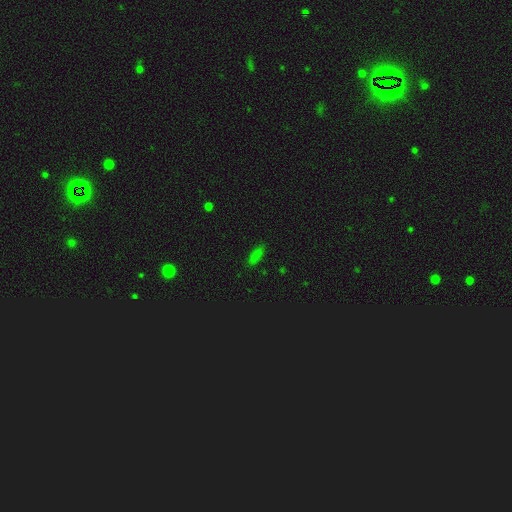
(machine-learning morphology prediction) smooth 79%, star or artifact 16%, featured or disk 6%. Down the decision tree: how rounded — in between (56%); merging — none (85%).